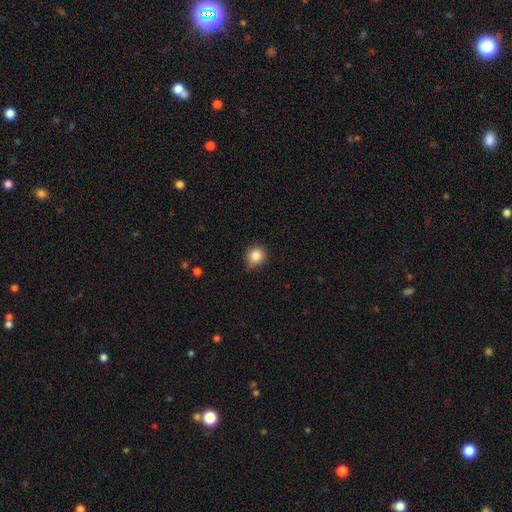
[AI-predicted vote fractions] A smooth galaxy with no disk features (85%) that is round (84%).

Vote fractions:
- Smooth or featured? smooth: 85% / star or artifact: 10% / featured or disk: 5%
- How rounded? round: 84% / in between: 15% / cigar-shaped: 1%
- Merging? none: 75% / minor disturbance: 20% / major disturbance: 3% / merger: 1%